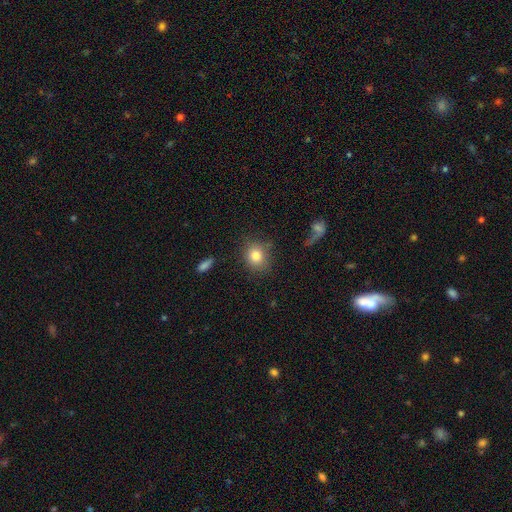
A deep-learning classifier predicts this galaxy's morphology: smooth-or-featured: smooth: 82% | star or artifact: 10% | featured or disk: 9%
  how-rounded: round: 71% | in between: 28% | cigar-shaped: 1%
  merging: none: 77% | minor disturbance: 14% | major disturbance: 6% | merger: 3%